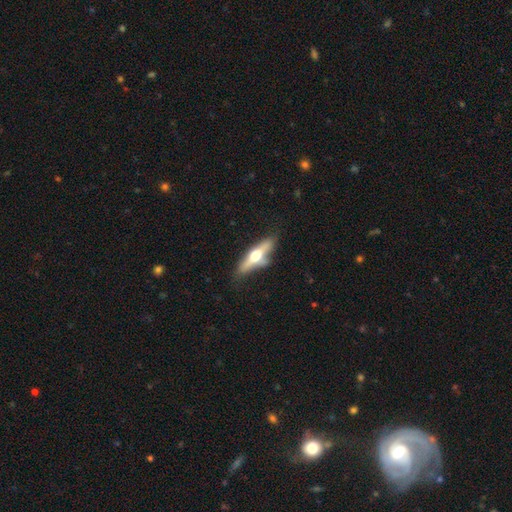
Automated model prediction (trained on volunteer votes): This is possibly a featured or disk galaxy (58%). It is clearly viewed edge-on (91%). Edge-on bulge: clearly rounded (95%). Merging: likely none (70%).